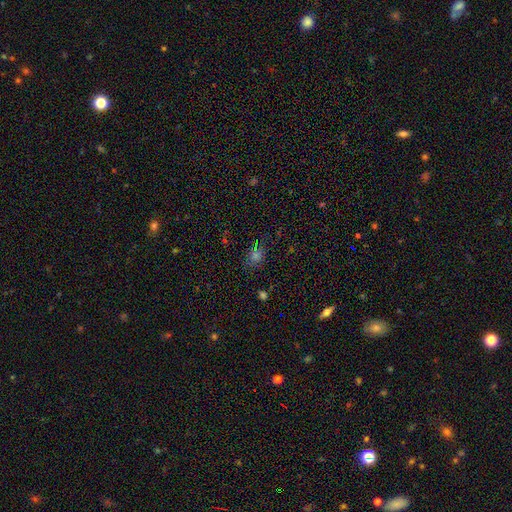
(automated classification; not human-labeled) smooth 57%, star or artifact 34%, featured or disk 9%. Down the decision tree: how rounded — round (59%); merging — none (76%).